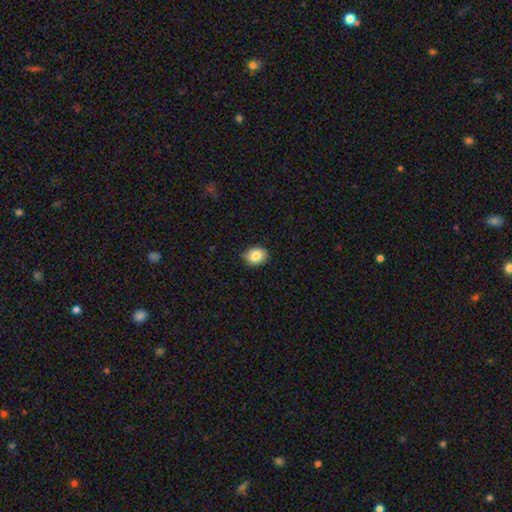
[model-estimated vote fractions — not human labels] Smooth or featured? Predicted: smooth (p=0.85). How rounded? Predicted: round (p=0.53). Merging? Predicted: none (p=0.85).